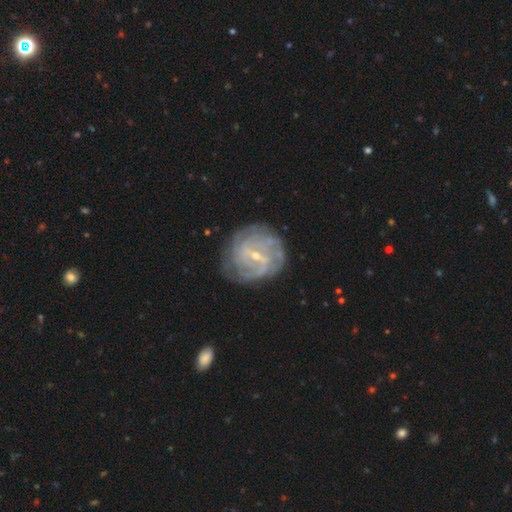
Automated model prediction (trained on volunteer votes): Smooth or featured? Predicted: featured or disk (p=0.81). Edge-on disk? Predicted: no (p=0.97). Bar? Predicted: weak (p=0.54). Spiral arms? Predicted: yes (p=0.88). Spiral winding? Predicted: tight (p=0.58). Spiral arm count? Predicted: can't tell (p=0.43). Bulge size? Predicted: small (p=0.74). Merging? Predicted: none (p=0.73).